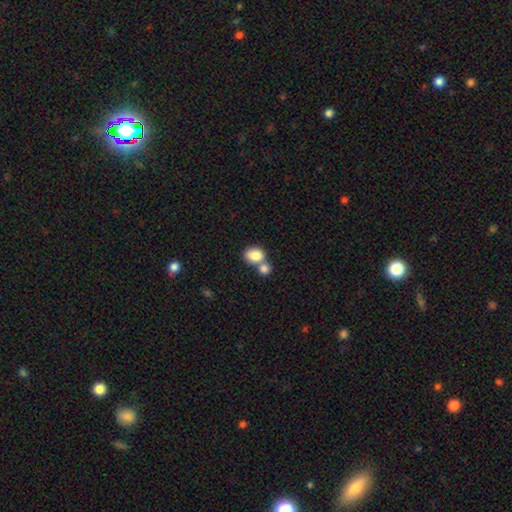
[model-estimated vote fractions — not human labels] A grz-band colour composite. It shows a smooth galaxy with no disk features (84%) that is in between round and cigar-shaped (61%). Merging: merger (51%).